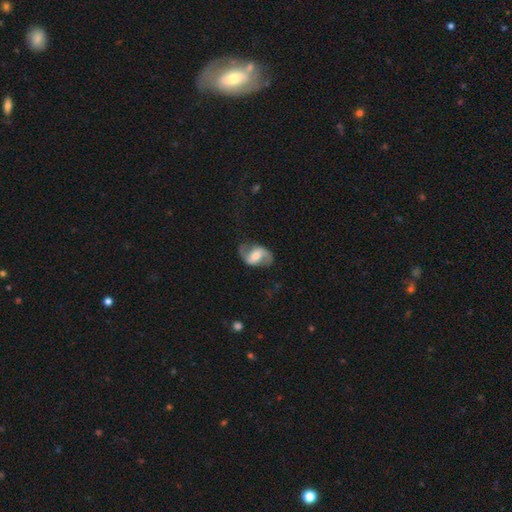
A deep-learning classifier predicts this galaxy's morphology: type=featured or disk (76%); edge-on=no (97%); bar=weak (44%); spiral arms=yes (91%); winding=loose (55%); arm count=2 (91%); bulge=moderate (51%); merging=none (69%).